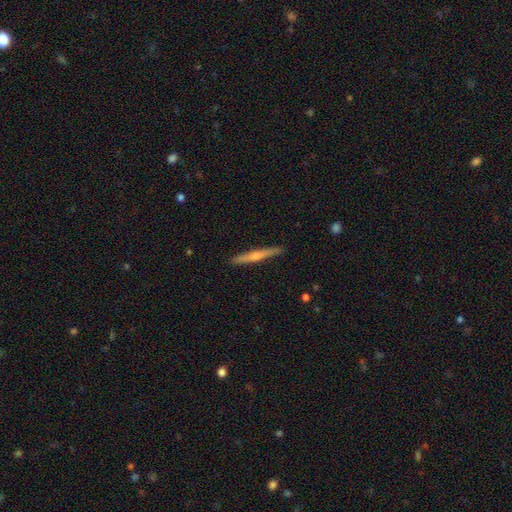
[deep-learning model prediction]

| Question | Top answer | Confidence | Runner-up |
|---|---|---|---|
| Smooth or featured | featured or disk | 61% | smooth (33%) |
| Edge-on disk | yes | 98% | no (2%) |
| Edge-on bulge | rounded | 77% | none (17%) |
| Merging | none | 91% | minor disturbance (6%) |